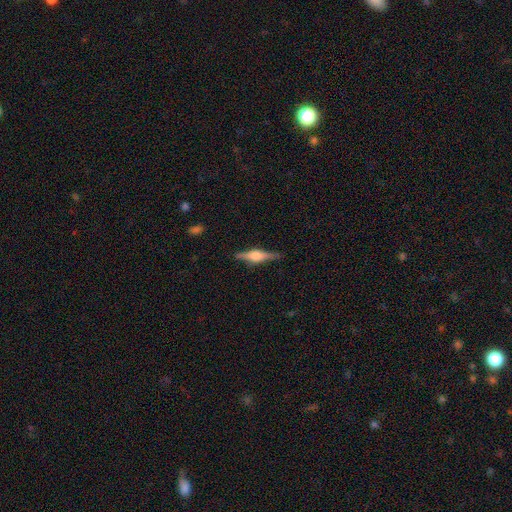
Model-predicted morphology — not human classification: type=featured or disk (79%); edge-on=yes (98%); edge-on bulge=rounded (89%); merging=none (89%).